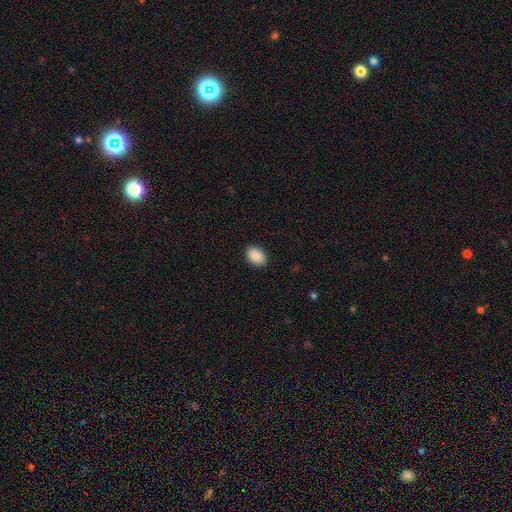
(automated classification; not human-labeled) A smooth galaxy with no disk features (90%) that is in between round and cigar-shaped (82%).

Vote fractions:
- Smooth or featured? smooth: 90% / star or artifact: 7% / featured or disk: 3%
- How rounded? in between: 82% / round: 17% / cigar-shaped: 1%
- Merging? none: 90% / minor disturbance: 7% / major disturbance: 2% / merger: 1%